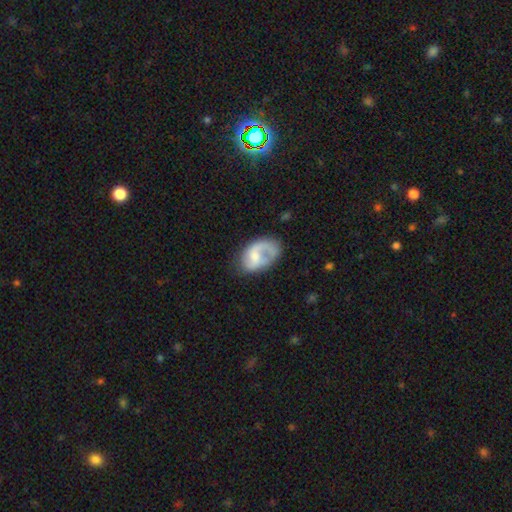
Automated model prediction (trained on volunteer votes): A featured or disk galaxy (64%) with no bar (52%), 1 (44%, tied with 2) loose (41%) spiral arms (83%) and a small central bulge (40%). Merging: none (49%).